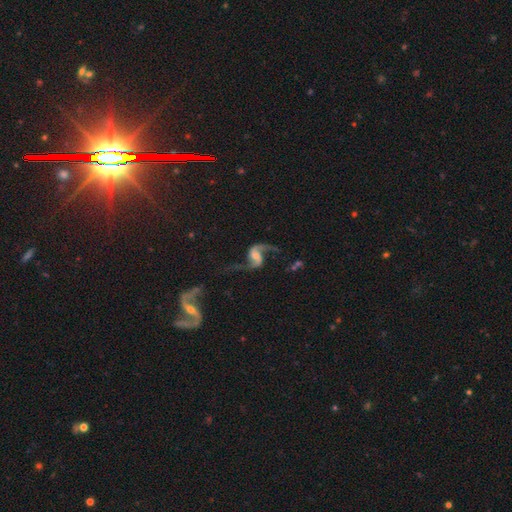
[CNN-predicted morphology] type=featured or disk (89%); edge-on=no (98%); bar=weak (46%); spiral arms=yes (97%); winding=loose (82%); arm count=2 (93%); bulge=none (33%); merging=none (62%).